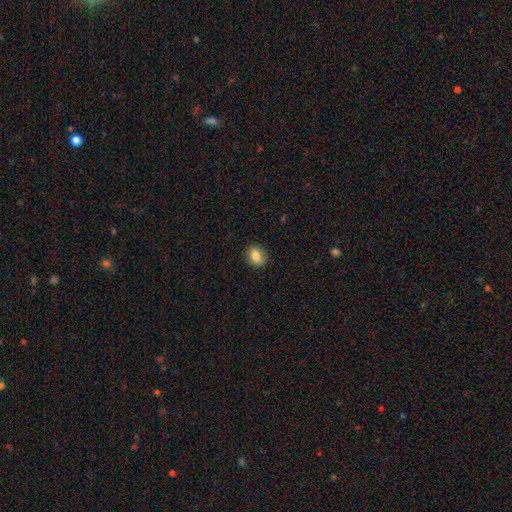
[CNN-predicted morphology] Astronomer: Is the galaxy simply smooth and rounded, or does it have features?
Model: smooth — 84%.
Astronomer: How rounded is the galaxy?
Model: in between — 59% (runner-up: round, 39%).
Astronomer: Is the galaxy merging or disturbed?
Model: none — 86%.